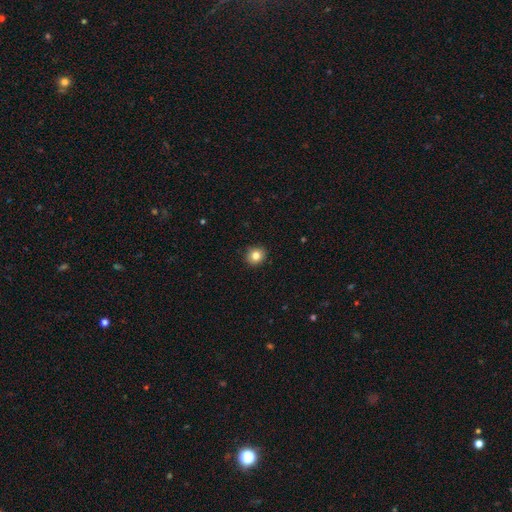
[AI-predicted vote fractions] Smooth or featured? Predicted: smooth (p=0.82). How rounded? Predicted: round (p=0.85). Merging? Predicted: none (p=0.91).